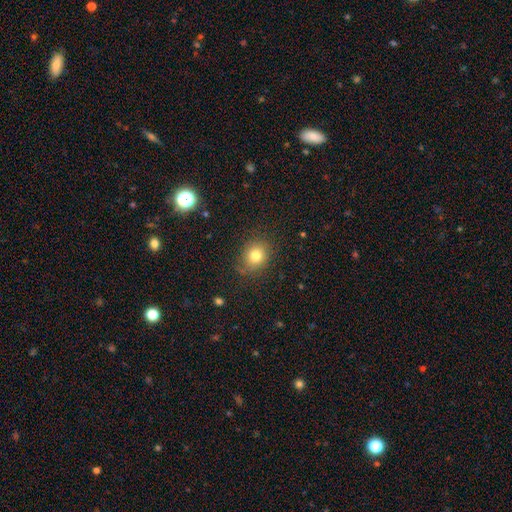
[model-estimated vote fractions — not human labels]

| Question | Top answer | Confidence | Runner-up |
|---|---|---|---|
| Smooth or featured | smooth | 78% | star or artifact (12%) |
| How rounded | round | 68% | in between (31%) |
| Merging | none | 81% | minor disturbance (14%) |